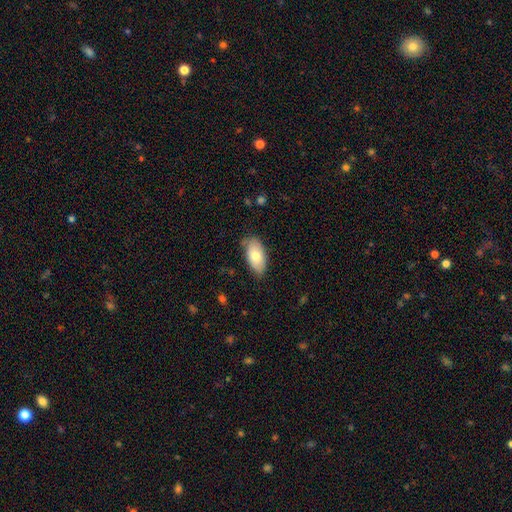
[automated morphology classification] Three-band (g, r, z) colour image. It shows a smooth galaxy with no disk features (75%) that is in between round and cigar-shaped (94%). Merging: none (75%).